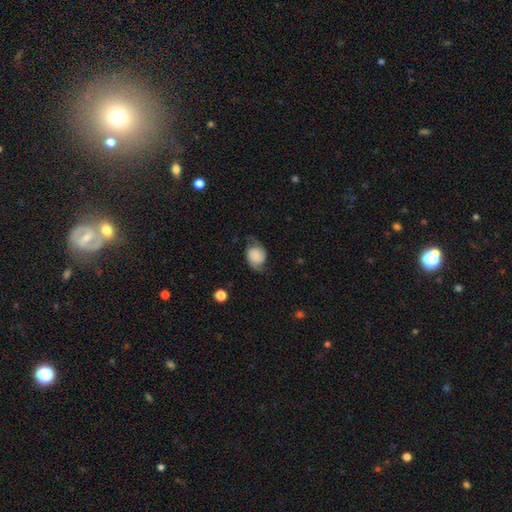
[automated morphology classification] Smooth or featured? Predicted: featured or disk (p=0.56). Edge-on disk? Predicted: no (p=0.97). Bar? Predicted: no (p=0.63). Spiral arms? Predicted: yes (p=0.92). Spiral winding? Predicted: medium (p=0.44). Spiral arm count? Predicted: 2 (p=0.89). Bulge size? Predicted: none (p=0.45). Merging? Predicted: none (p=0.62).